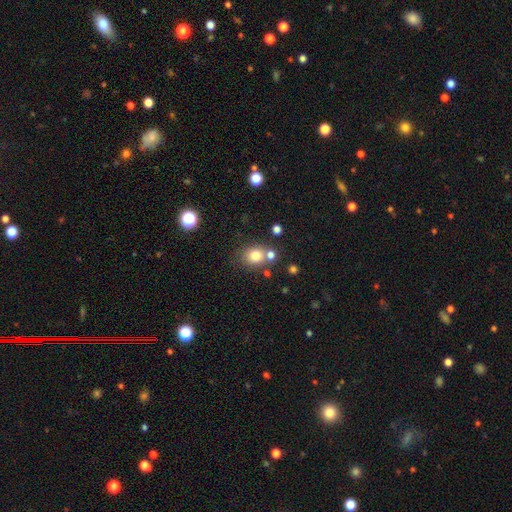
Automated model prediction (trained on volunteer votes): Morphology: type=smooth (78%); roundness=round (67%); merging=none (63%).